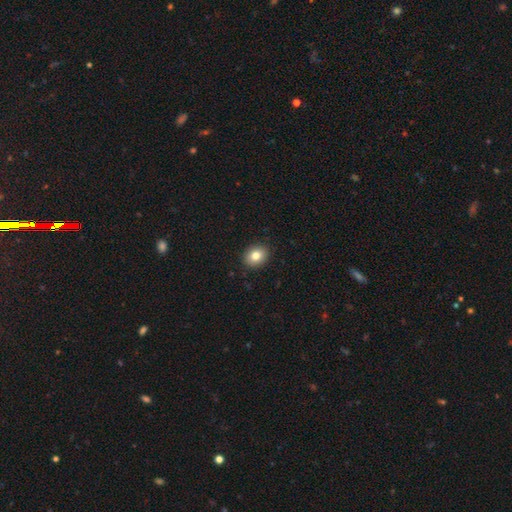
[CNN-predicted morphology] This is clearly a smooth galaxy (81%). How rounded: possibly round (57%). Merging: clearly none (90%).